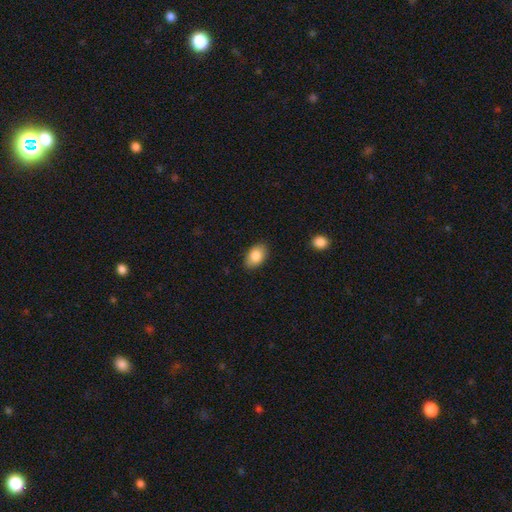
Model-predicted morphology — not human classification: Smooth or featured: smooth — 85% (featured or disk — 8%)
How rounded: in between — 89% (round — 10%)
Merging: none — 86% (minor disturbance — 10%)